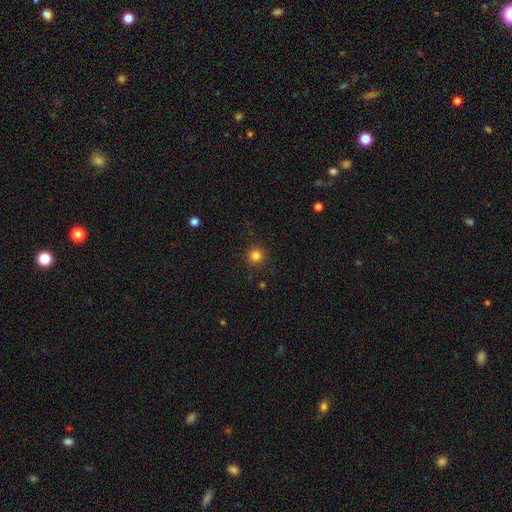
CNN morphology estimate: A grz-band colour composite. It shows a smooth galaxy with no disk features (82%) that is round (95%). Merging: none (91%).